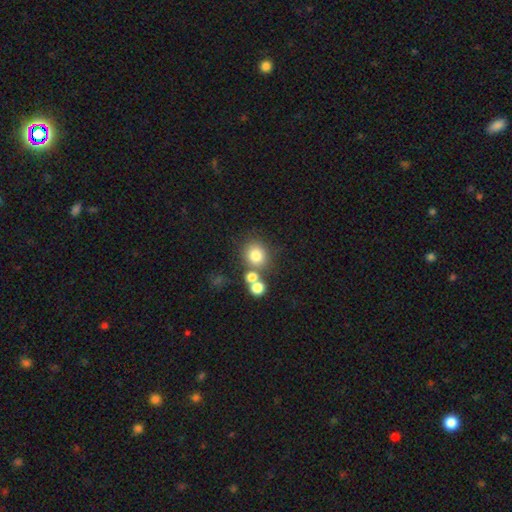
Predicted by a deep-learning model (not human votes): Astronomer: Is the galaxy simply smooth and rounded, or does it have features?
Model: smooth — 77%.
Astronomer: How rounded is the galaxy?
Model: round — 82%.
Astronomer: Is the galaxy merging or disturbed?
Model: none — 60%.